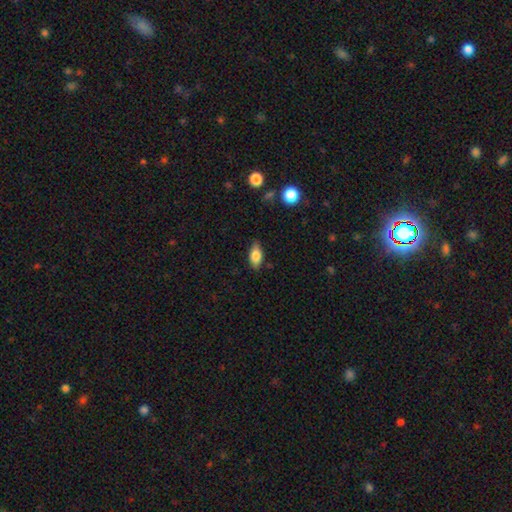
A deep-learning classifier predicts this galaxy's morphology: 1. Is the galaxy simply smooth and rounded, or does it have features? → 79% smooth, 13% featured or disk, 8% star or artifact.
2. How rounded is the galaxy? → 87% in between, 9% cigar-shaped, 4% round.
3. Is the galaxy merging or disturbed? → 82% none, 14% minor disturbance, 3% major disturbance, 1% merger.